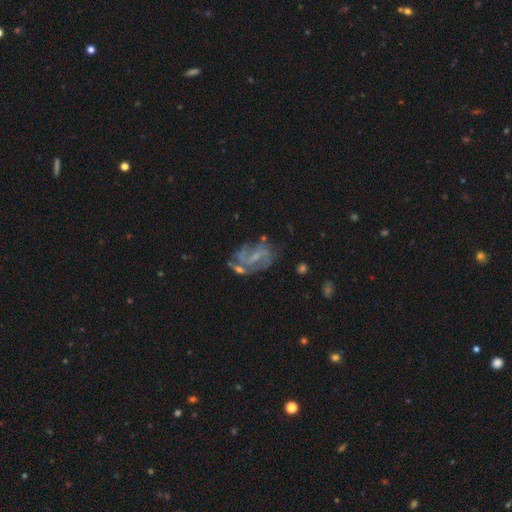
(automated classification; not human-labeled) This appears to be a featured or disk galaxy (75%) with a weak bar (48%), 2 (52%) medium (44%) spiral arms (80%) and a small central bulge (42%). Merging: none (46%).